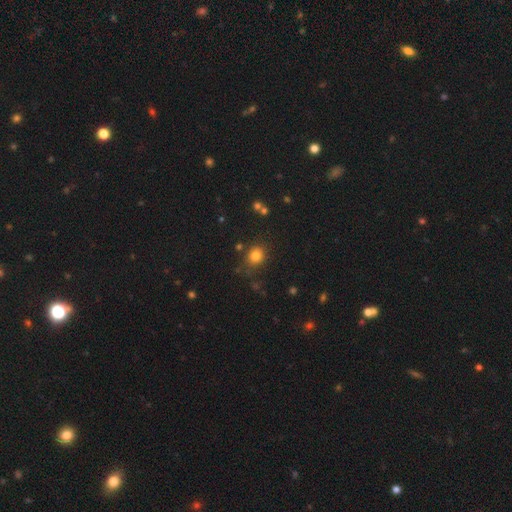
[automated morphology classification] Smooth or featured?
  - smooth: 80% *
  - star or artifact: 13%
  - featured or disk: 6%
How rounded?
  - round: 78% *
  - in between: 21%
  - cigar-shaped: 1%
Merging?
  - none: 79% *
  - minor disturbance: 12%
  - major disturbance: 4%
  - merger: 4%